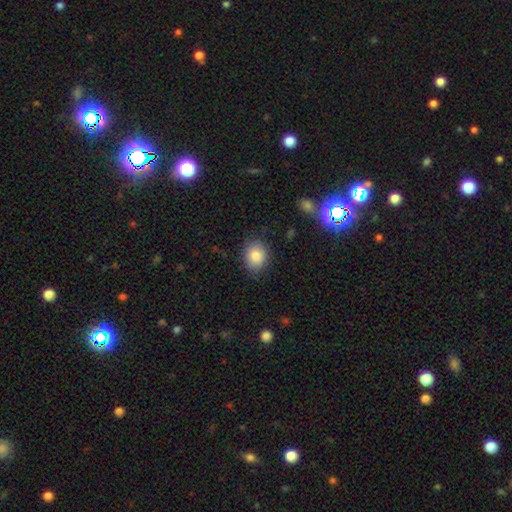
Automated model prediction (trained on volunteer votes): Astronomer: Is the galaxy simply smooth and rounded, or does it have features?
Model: smooth — 83%.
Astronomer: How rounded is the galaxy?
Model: round — 52% (runner-up: in between, 47%).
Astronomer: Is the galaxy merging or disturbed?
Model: none — 83%.